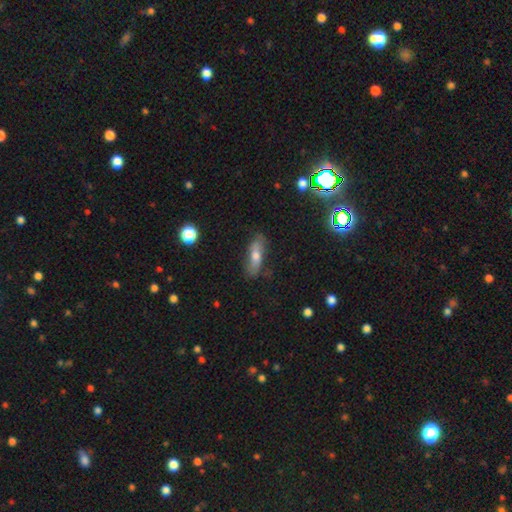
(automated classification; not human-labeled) Q: Smooth or featured?
A: smooth (56%); runner-up: featured or disk (34%)
Q: How rounded?
A: cigar-shaped (49%); runner-up: in between (47%)
Q: Merging?
A: none (76%); runner-up: minor disturbance (17%)